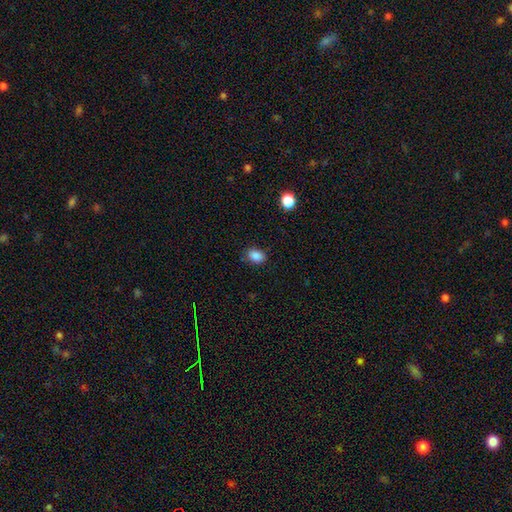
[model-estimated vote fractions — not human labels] Overall: smooth (87%). How rounded: in between (75%). Merging: none (83%).